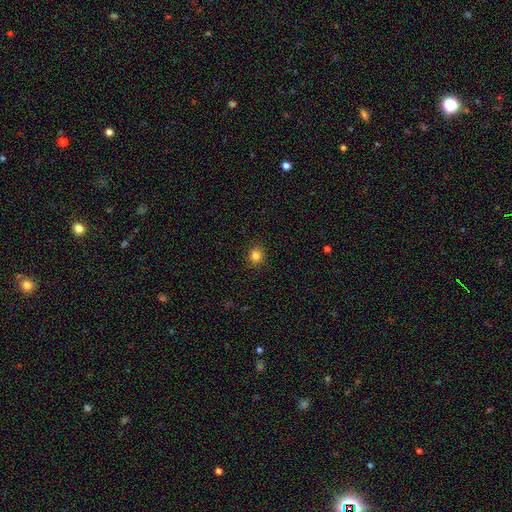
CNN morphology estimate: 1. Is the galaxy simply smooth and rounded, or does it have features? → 83% smooth, 12% star or artifact, 5% featured or disk.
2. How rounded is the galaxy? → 88% round, 12% in between, 1% cigar-shaped.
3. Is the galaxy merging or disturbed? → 91% none, 6% minor disturbance, 2% major disturbance, 1% merger.